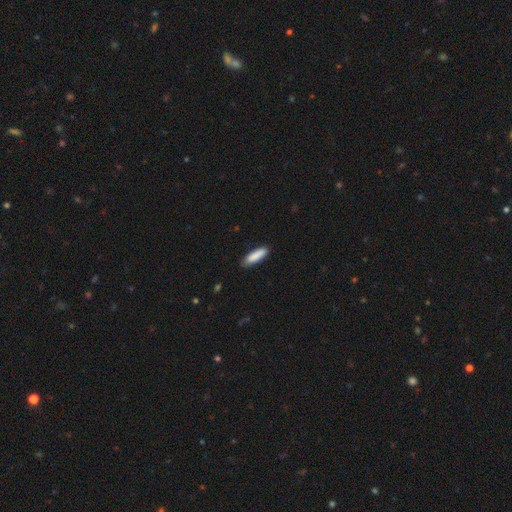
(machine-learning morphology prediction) Smooth or featured: smooth — 88% (featured or disk — 6%)
How rounded: cigar-shaped — 64% (in between — 35%)
Merging: none — 85% (minor disturbance — 12%)